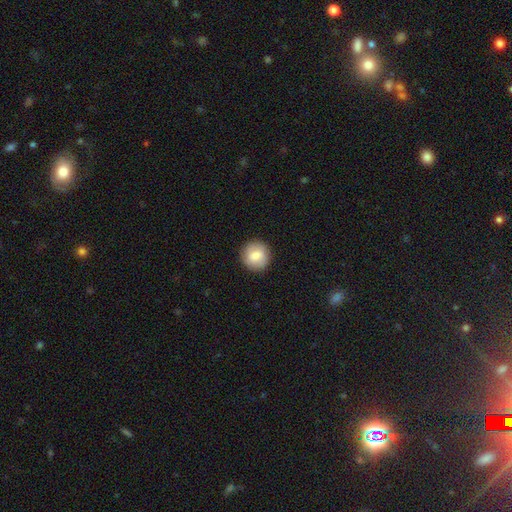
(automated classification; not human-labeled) A smooth galaxy with no disk features (77%) that is round (94%).

Vote fractions:
- Smooth or featured? smooth: 77% / featured or disk: 16% / star or artifact: 7%
- How rounded? round: 94% / in between: 5% / cigar-shaped: 1%
- Merging? none: 90% / minor disturbance: 7% / major disturbance: 2% / merger: 1%